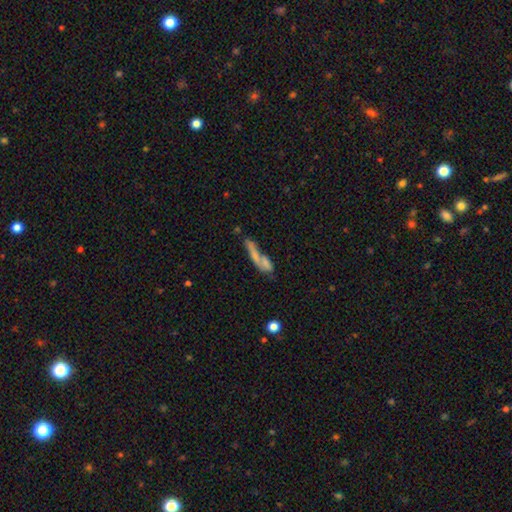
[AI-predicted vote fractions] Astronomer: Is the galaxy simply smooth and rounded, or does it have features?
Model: smooth — 56% (runner-up: featured or disk, 33%).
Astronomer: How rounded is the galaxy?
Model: cigar-shaped — 75%.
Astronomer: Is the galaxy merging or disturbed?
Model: merger — 43% (runner-up: none, 30%).